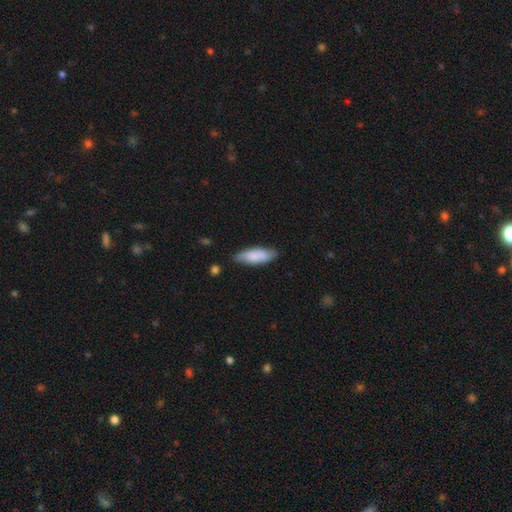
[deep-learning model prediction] smooth-or-featured: smooth: 79% | featured or disk: 15% | star or artifact: 6%
  how-rounded: in between: 65% | cigar-shaped: 34% | round: 2%
  merging: none: 77% | minor disturbance: 18% | major disturbance: 3% | merger: 2%